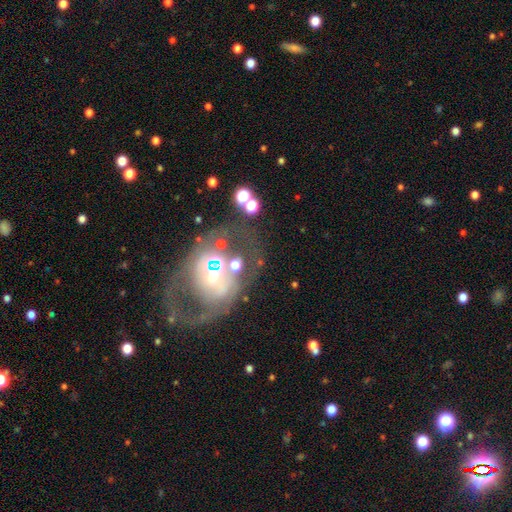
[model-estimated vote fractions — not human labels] Q: Smooth or featured?
A: featured or disk (73%); runner-up: smooth (14%)
Q: Edge-on disk?
A: no (95%); runner-up: yes (5%)
Q: Bar?
A: no (42%); runner-up: weak (34%)
Q: Spiral arms?
A: yes (61%); runner-up: no (39%)
Q: Bulge size?
A: small (44%); runner-up: moderate (37%)
Q: Merging?
A: none (47%); runner-up: major disturbance (23%)